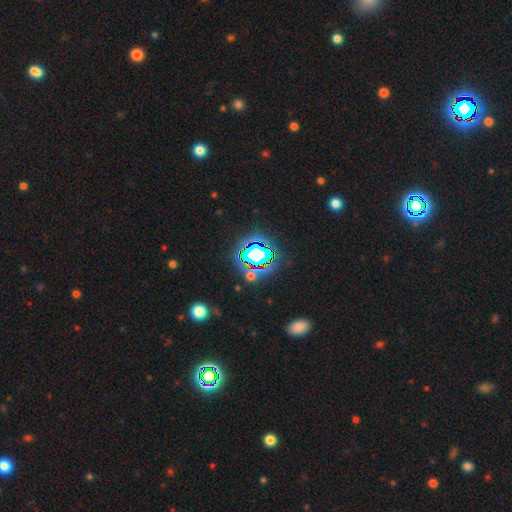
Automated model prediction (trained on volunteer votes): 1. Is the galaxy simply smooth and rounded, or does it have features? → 68% star or artifact, 18% smooth, 14% featured or disk.